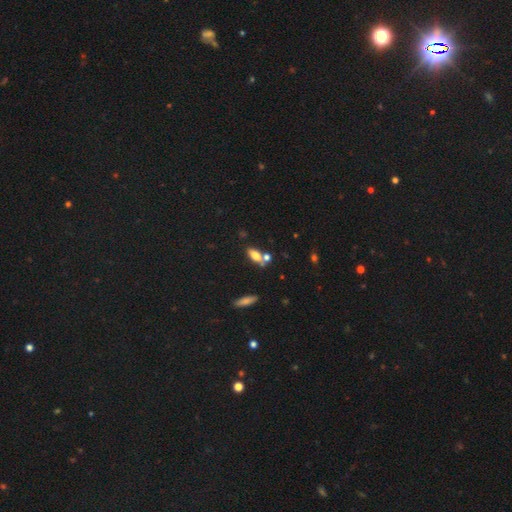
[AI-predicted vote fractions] A smooth galaxy with no disk features (73%) that is in between round and cigar-shaped (79%). Merging: none (53%).